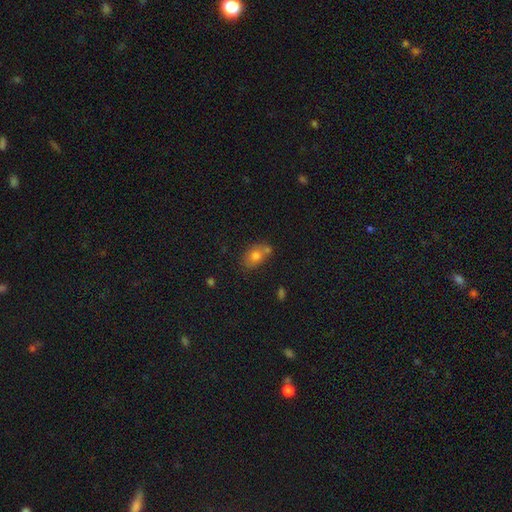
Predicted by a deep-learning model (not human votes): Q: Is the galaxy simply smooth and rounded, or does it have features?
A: smooth — 73%.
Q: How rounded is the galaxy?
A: in between — 76%.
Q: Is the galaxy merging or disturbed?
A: none — 55%.